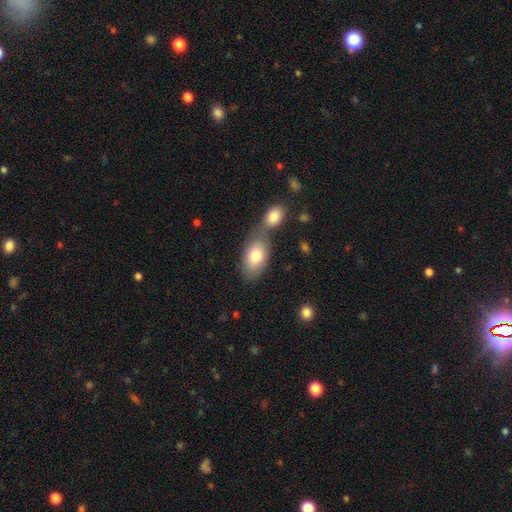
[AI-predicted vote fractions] Smooth or featured? Predicted: smooth (p=0.76). How rounded? Predicted: in between (p=0.91). Merging? Predicted: merger (p=0.44).